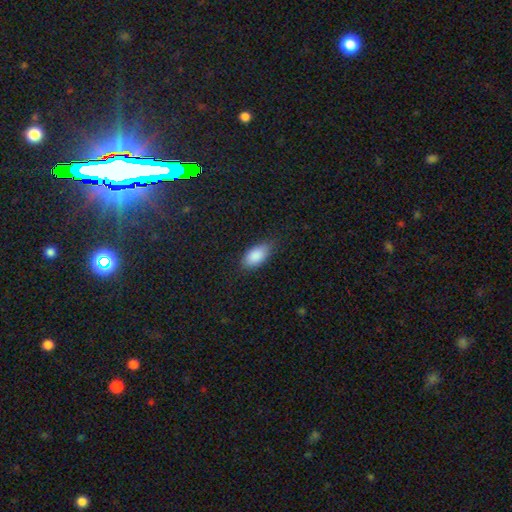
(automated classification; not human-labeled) Smooth or featured: smooth — 88% (star or artifact — 7%)
How rounded: in between — 93% (cigar-shaped — 4%)
Merging: none — 79% (minor disturbance — 17%)